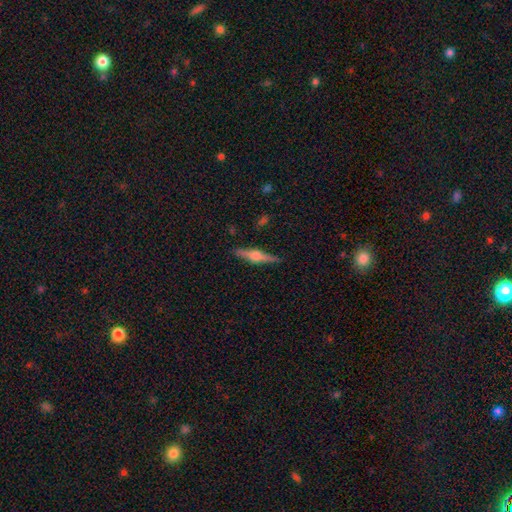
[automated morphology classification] This appears to be a featured or disk galaxy (70%) viewed edge-on (97%) with a rounded central bulge (90%). Merging: none (89%).